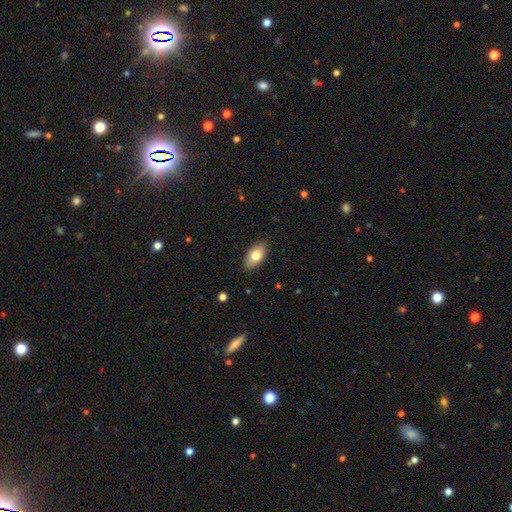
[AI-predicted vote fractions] Smooth or featured? smooth (78%)
How rounded? in between (93%)
Merging? none (86%)